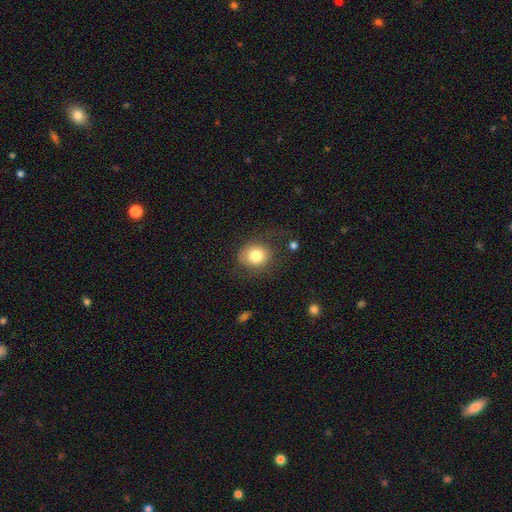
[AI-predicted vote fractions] Morphology: type=smooth (80%); roundness=round (69%); merging=none (71%).